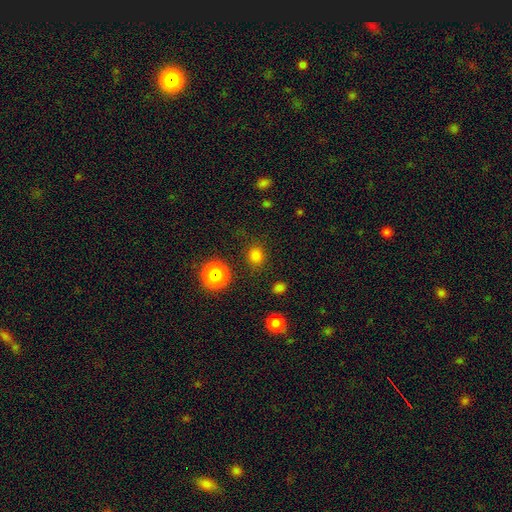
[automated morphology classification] Smooth or featured: smooth — 77% (star or artifact — 18%)
How rounded: round — 82% (in between — 17%)
Merging: none — 86% (minor disturbance — 8%)